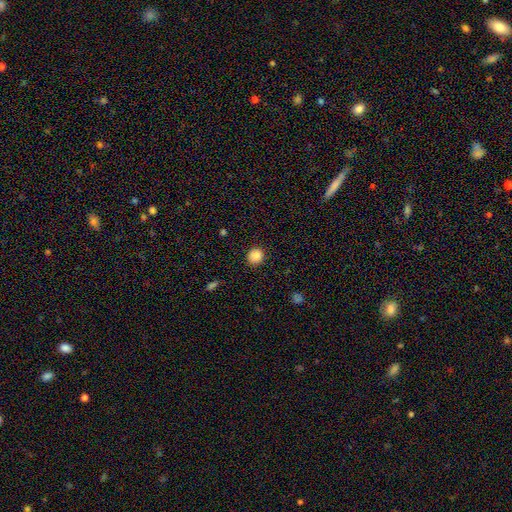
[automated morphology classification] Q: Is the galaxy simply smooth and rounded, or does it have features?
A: smooth — 87%.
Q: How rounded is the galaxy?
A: round — 88%.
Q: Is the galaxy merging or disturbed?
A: none — 89%.